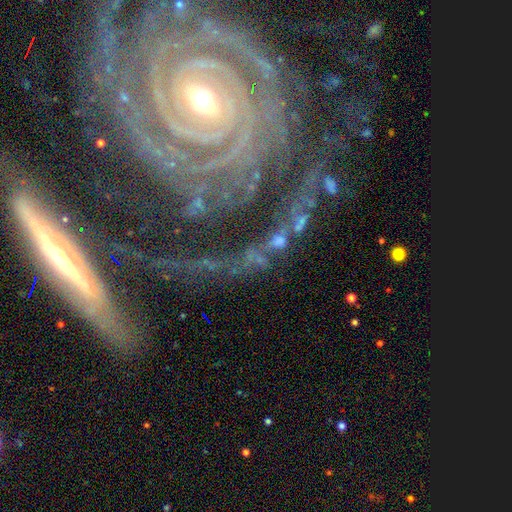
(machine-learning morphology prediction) This is clearly a featured or disk galaxy (83%). It is clearly not viewed edge-on (86%). Bar: marginally no (42%). Spiral arm pattern: clearly yes (93%). Spiral arm count: marginally 2 (30%). Spiral winding: likely tight (74%). Central bulge: possibly moderate (46%). Merging: likely none (60%).